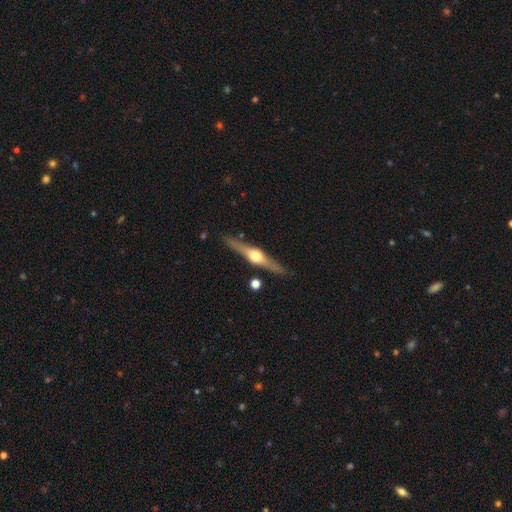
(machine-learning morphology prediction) This is likely a featured or disk galaxy (78%). It is clearly viewed edge-on (98%). Edge-on bulge: clearly rounded (96%). Merging: clearly none (88%).